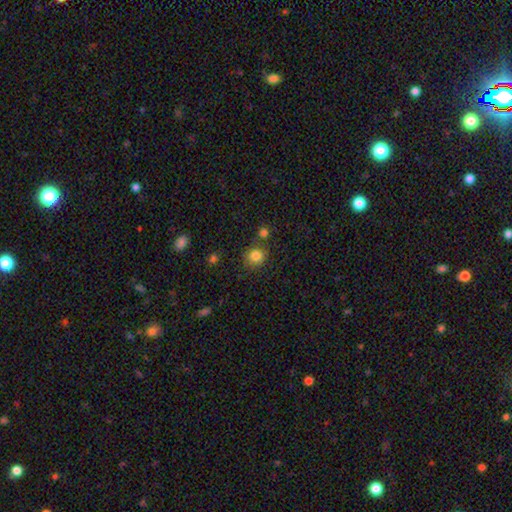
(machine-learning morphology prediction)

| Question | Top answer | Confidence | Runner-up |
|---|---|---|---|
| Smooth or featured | smooth | 83% | star or artifact (11%) |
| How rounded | round | 86% | in between (13%) |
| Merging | none | 74% | minor disturbance (12%) |